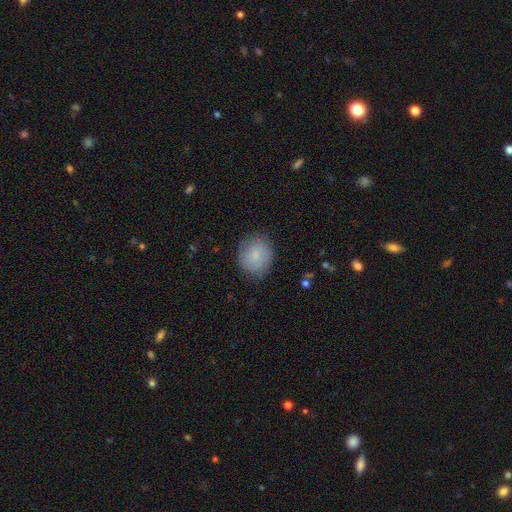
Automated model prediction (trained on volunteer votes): The model was most divided on "how rounded": round: 74%, in between: 25%, cigar-shaped: 1%. More confident: merging — none (80%); smooth or featured — smooth (78%).